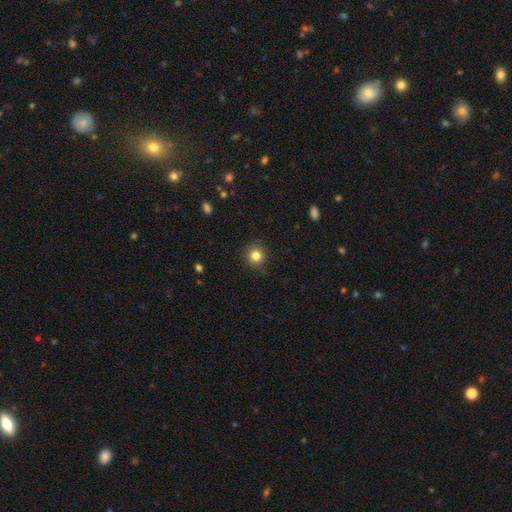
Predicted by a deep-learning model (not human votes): This is clearly a smooth galaxy (83%). How rounded: clearly round (93%). Merging: clearly none (88%).